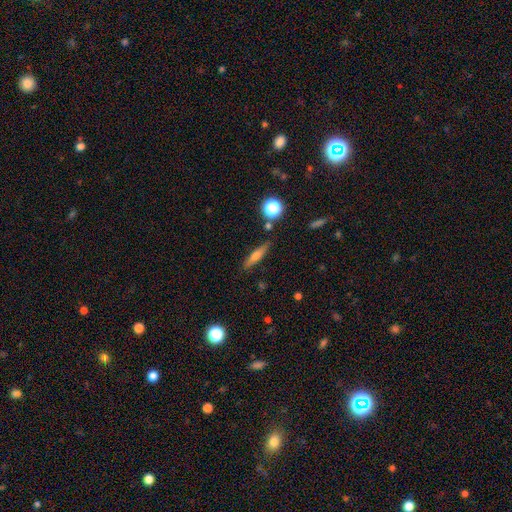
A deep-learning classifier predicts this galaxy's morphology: Q: Smooth or featured?
A: smooth (49%); runner-up: featured or disk (41%)
Q: Merging?
A: none (84%); runner-up: minor disturbance (10%)